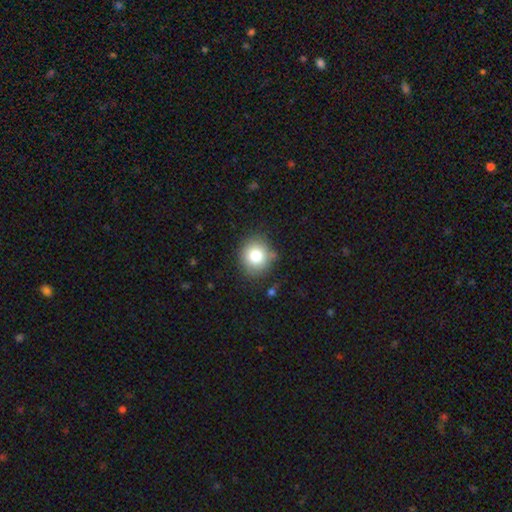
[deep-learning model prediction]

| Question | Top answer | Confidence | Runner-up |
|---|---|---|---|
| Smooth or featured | smooth | 80% | star or artifact (11%) |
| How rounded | round | 85% | in between (14%) |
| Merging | none | 82% | minor disturbance (12%) |